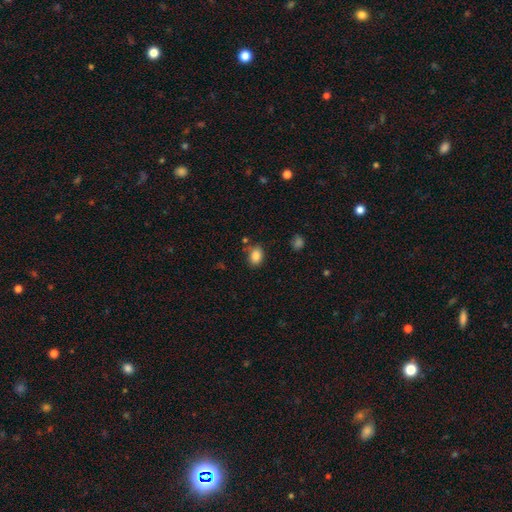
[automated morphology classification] Overall: smooth (86%). How rounded: in between (75%). Merging: none (77%).